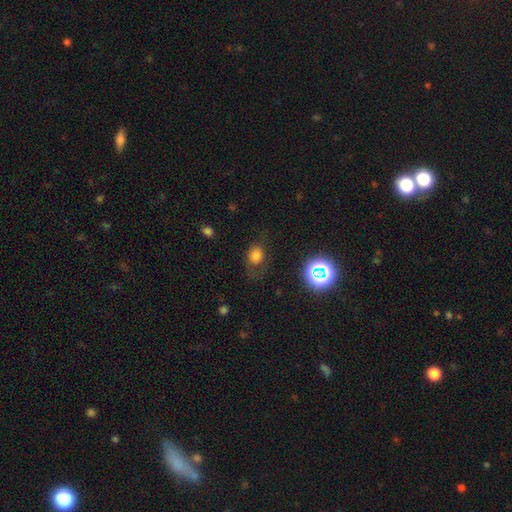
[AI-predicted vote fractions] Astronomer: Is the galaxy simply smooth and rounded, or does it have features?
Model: smooth — 72%.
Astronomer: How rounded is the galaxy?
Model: in between — 53% (runner-up: round, 46%).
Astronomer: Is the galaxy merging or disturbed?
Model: none — 59%.